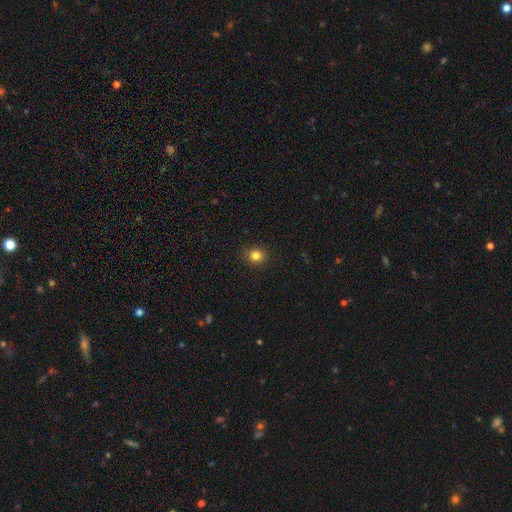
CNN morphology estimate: This is clearly a smooth galaxy (83%). How rounded: clearly round (81%). Merging: clearly none (91%).